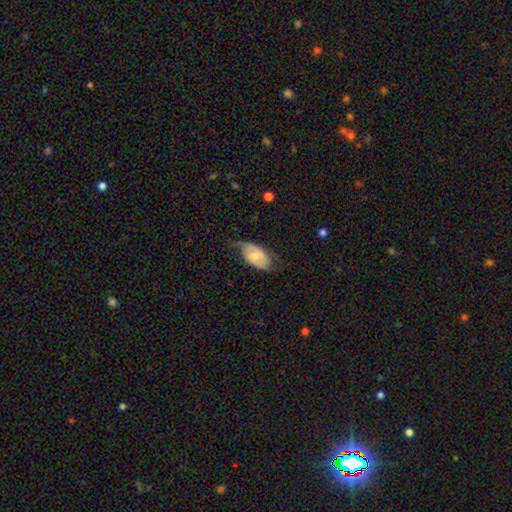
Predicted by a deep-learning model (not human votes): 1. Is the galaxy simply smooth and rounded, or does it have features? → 49% featured or disk, 44% smooth, 7% star or artifact.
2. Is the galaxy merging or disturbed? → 45% none, 32% minor disturbance, 21% major disturbance, 2% merger.